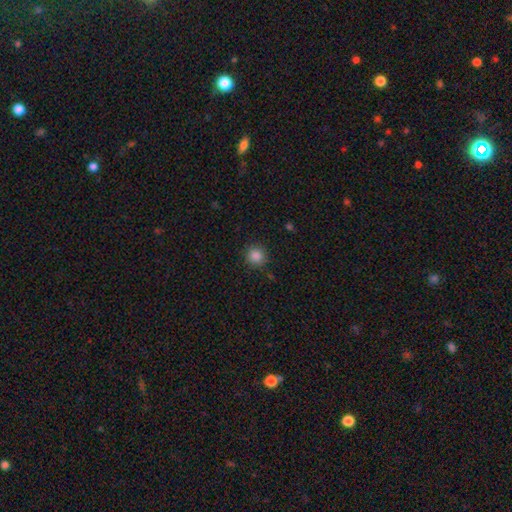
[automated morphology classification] This appears to be a smooth galaxy with no disk features (86%) that is round (93%). Merging: none (89%).